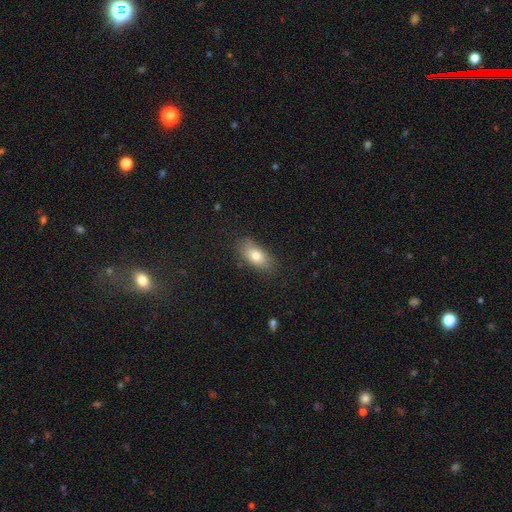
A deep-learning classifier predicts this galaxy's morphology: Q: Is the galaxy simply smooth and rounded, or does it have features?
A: smooth — 79%.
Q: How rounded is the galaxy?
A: in between — 87%.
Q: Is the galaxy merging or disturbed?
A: none — 77%.